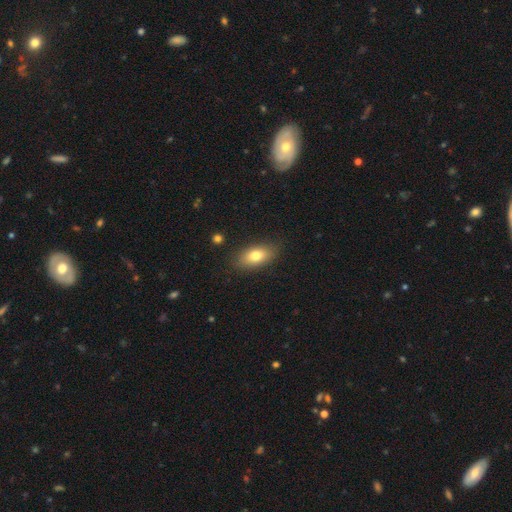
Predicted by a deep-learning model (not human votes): smooth-or-featured: smooth: 78% | featured or disk: 14% | star or artifact: 8%
  how-rounded: in between: 87% | cigar-shaped: 6% | round: 6%
  merging: none: 85% | minor disturbance: 11% | major disturbance: 3% | merger: 1%